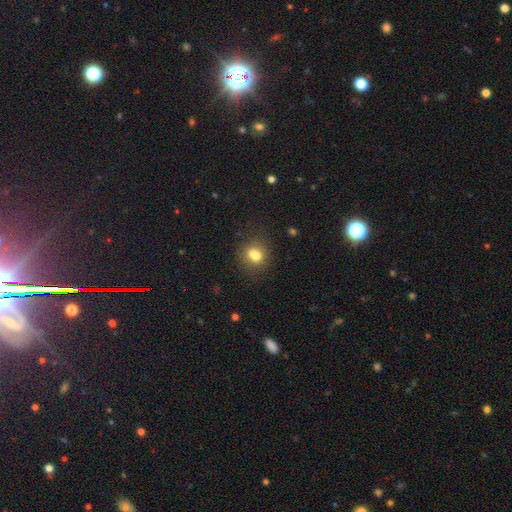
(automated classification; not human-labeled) smooth_or_featured: smooth (p=0.74) [alt: featured or disk p=0.14]
how_rounded: round (p=0.63) [alt: in between p=0.36]
merging: none (p=0.56) [alt: merger p=0.27]